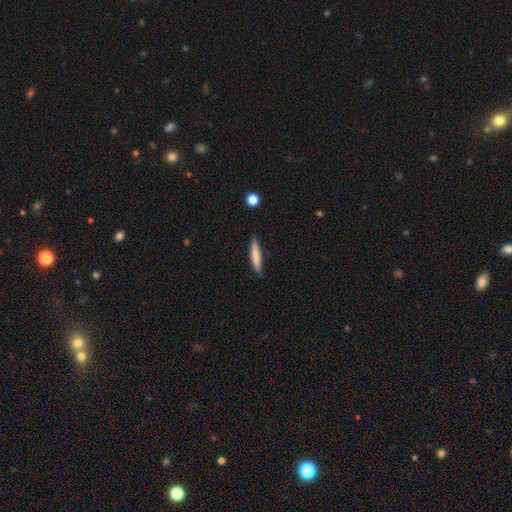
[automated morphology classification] smooth-or-featured: smooth: 75% | featured or disk: 19% | star or artifact: 6%
  how-rounded: cigar-shaped: 91% | in between: 8% | round: 1%
  merging: none: 86% | minor disturbance: 10% | major disturbance: 2% | merger: 1%